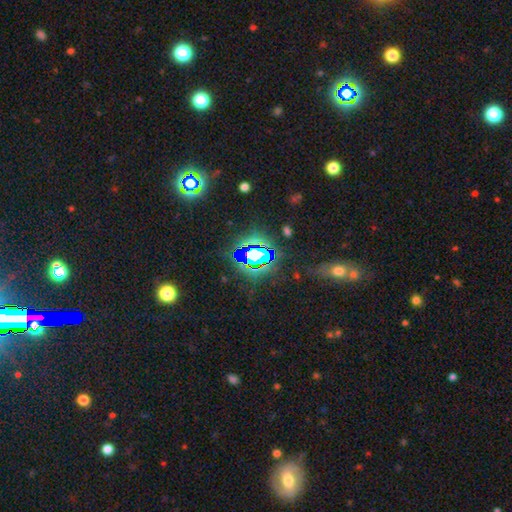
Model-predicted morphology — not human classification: A star or artifact, not a galaxy (73%).

Vote fractions:
- Smooth or featured? star or artifact: 73% / smooth: 15% / featured or disk: 12%